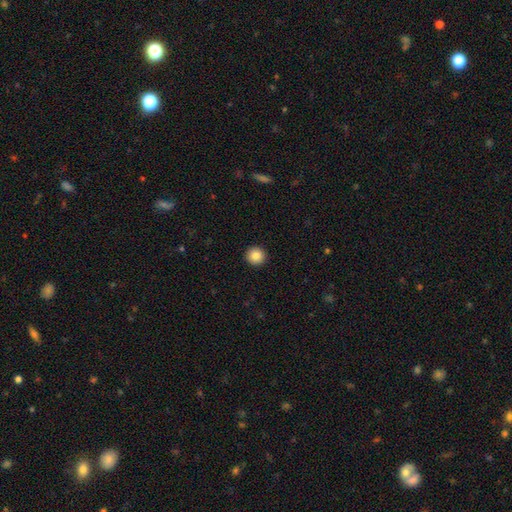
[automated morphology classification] Smooth or featured? Predicted: smooth (p=0.85). How rounded? Predicted: round (p=0.94). Merging? Predicted: none (p=0.93).